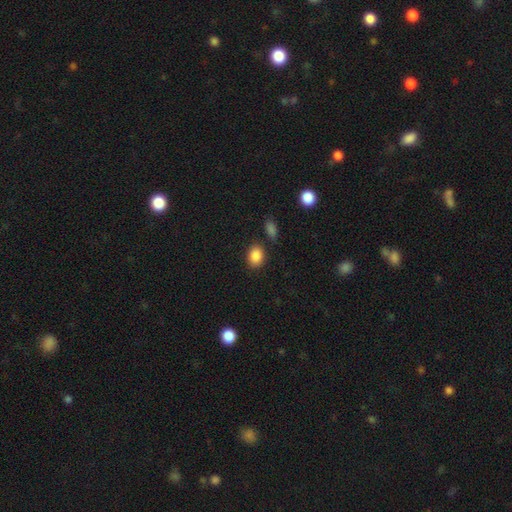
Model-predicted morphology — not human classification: This appears to be a smooth galaxy with no disk features (87%) that is in between round and cigar-shaped (66%). Merging: none (81%).